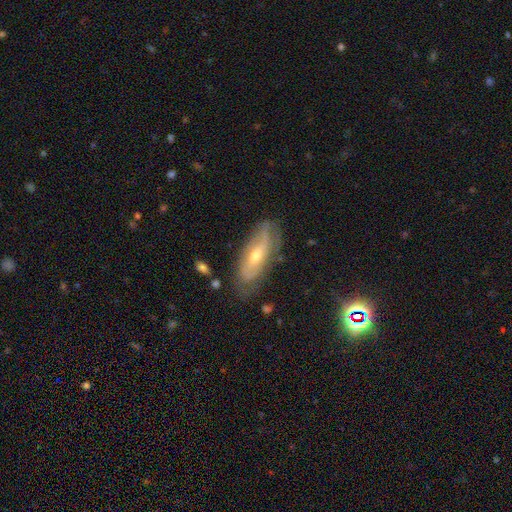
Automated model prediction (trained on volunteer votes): Smooth or featured: featured or disk — 69% (smooth — 25%)
Edge-on disk: no — 77% (yes — 23%)
Bar: no — 46% (weak — 34%)
Spiral arms: yes — 73% (no — 27%)
Bulge size: moderate — 59% (small — 37%)
Merging: none — 70% (minor disturbance — 21%)